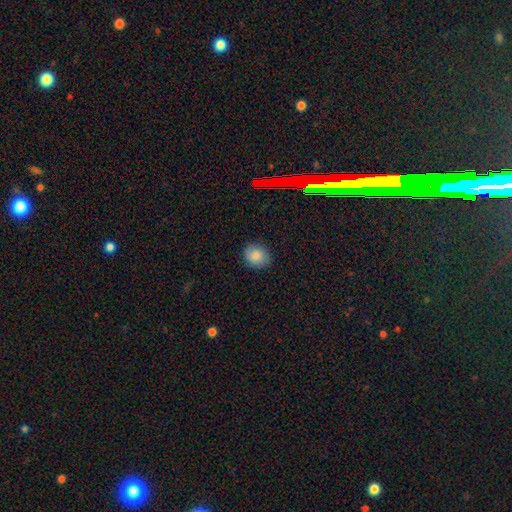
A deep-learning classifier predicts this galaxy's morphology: Smooth or featured: smooth — 81% (star or artifact — 10%)
How rounded: round — 70% (in between — 30%)
Merging: none — 84% (minor disturbance — 13%)